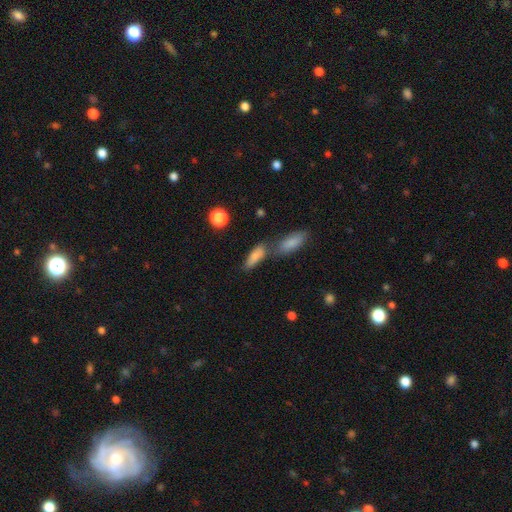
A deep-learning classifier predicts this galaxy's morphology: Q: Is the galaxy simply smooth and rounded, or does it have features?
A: smooth — 79%.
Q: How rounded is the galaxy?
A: in between — 58%.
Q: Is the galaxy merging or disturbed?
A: none — 50%.